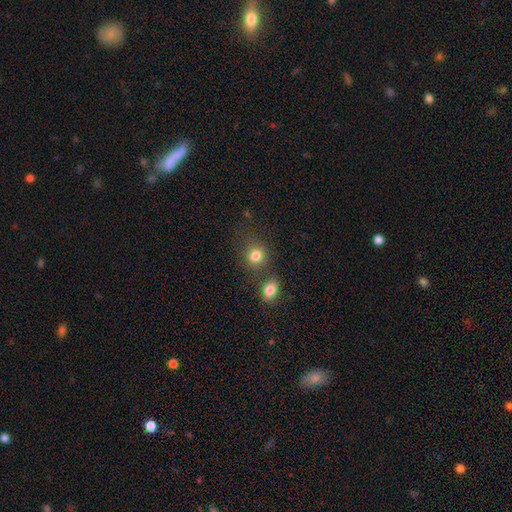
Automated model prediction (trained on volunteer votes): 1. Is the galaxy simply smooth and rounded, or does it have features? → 81% smooth, 12% star or artifact, 7% featured or disk.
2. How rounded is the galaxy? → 80% round, 19% in between, 1% cigar-shaped.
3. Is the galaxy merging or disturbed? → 69% none, 16% merger, 11% minor disturbance, 4% major disturbance.